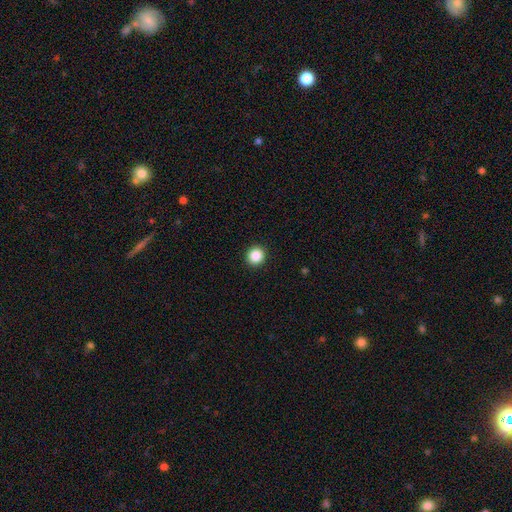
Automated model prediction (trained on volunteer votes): A smooth galaxy with no disk features (87%) that is round (90%).

Vote fractions:
- Smooth or featured? smooth: 87% / star or artifact: 10% / featured or disk: 3%
- How rounded? round: 90% / in between: 9% / cigar-shaped: 1%
- Merging? none: 92% / minor disturbance: 5% / major disturbance: 2% / merger: 1%